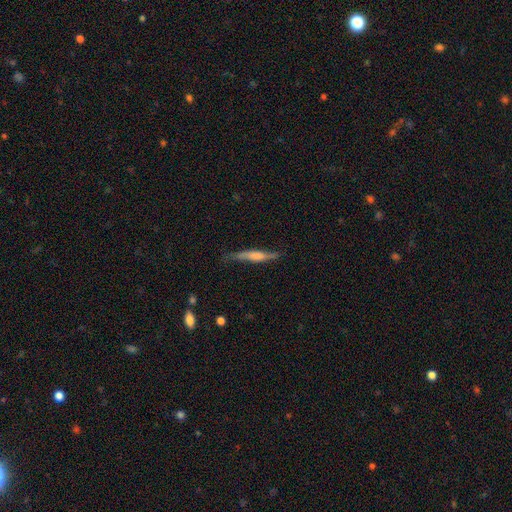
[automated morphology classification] smooth-or-featured: smooth: 47% (tied) | featured or disk: 47% (tied) | star or artifact: 6%
  merging: none: 71% | minor disturbance: 22% | major disturbance: 6% | merger: 2%